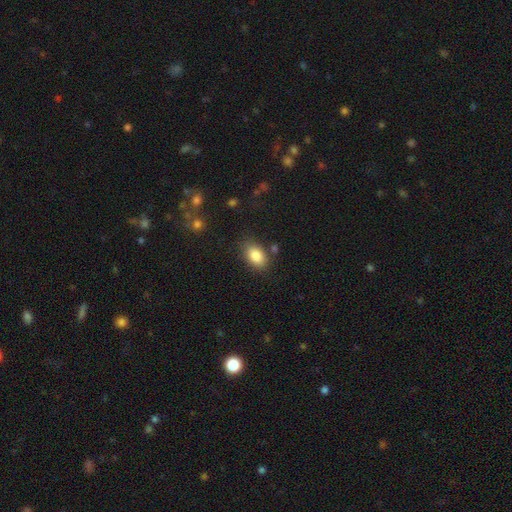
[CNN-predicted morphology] Smooth or featured: smooth — 86% (star or artifact — 8%)
How rounded: in between — 87% (round — 11%)
Merging: none — 78% (minor disturbance — 14%)